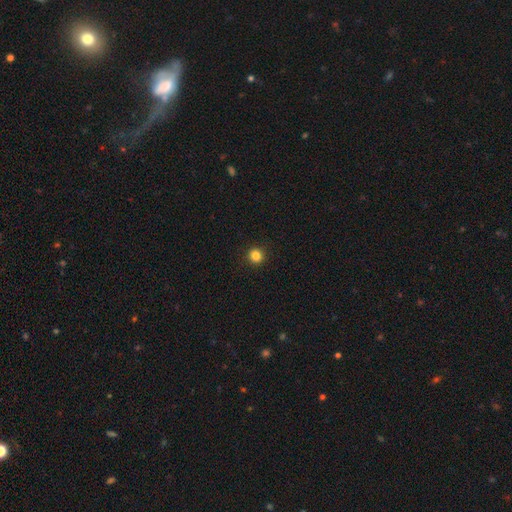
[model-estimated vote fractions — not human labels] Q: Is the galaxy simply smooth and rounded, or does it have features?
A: smooth — 84%.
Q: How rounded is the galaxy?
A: round — 94%.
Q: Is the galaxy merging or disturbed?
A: none — 93%.